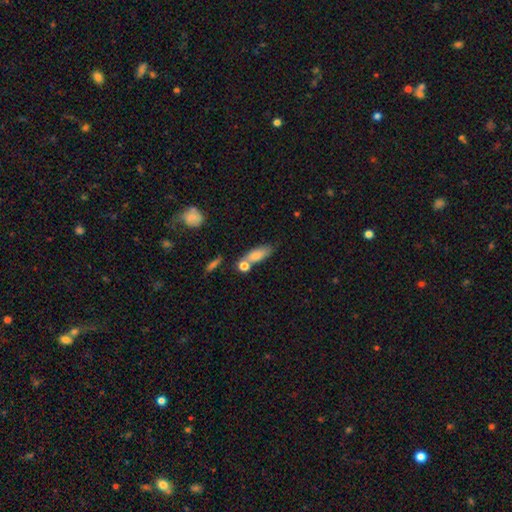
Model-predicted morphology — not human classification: Smooth or featured: smooth — 77% (featured or disk — 15%)
How rounded: in between — 63% (cigar-shaped — 32%)
Merging: none — 51% (merger — 26%)